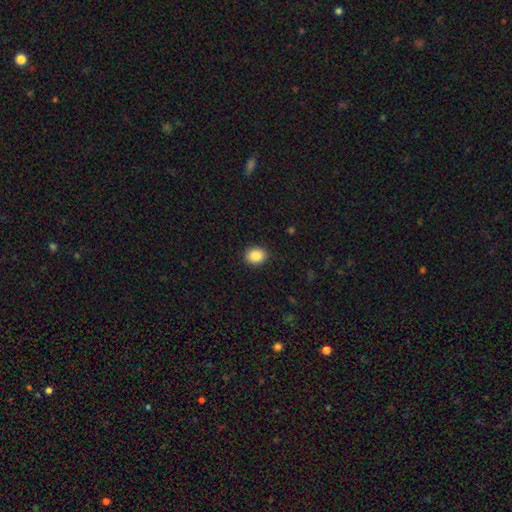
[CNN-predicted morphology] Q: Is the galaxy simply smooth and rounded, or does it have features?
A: smooth — 88%.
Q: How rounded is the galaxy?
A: round — 52%.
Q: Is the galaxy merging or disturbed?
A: none — 90%.